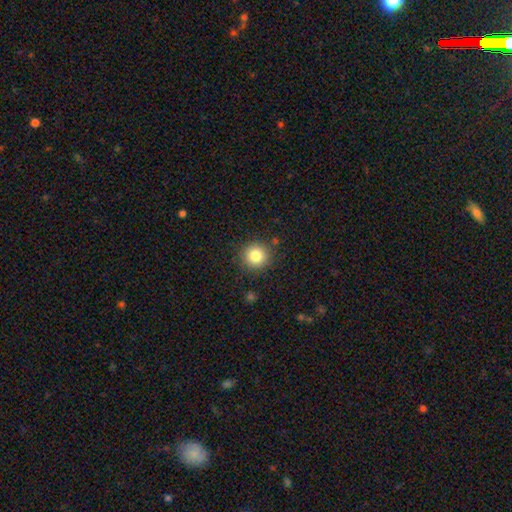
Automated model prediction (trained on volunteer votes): Overall: smooth (83%). How rounded: round (94%). Merging: none (88%).